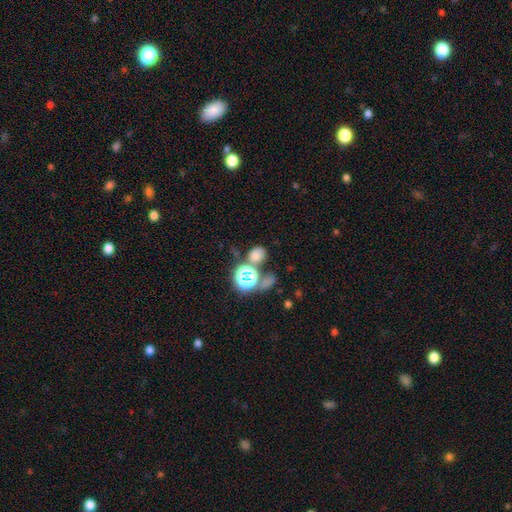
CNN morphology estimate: The model was most divided on "how rounded": round: 61%, in between: 37%, cigar-shaped: 1%. More confident: smooth or featured — smooth (63%); merging — none (60%).